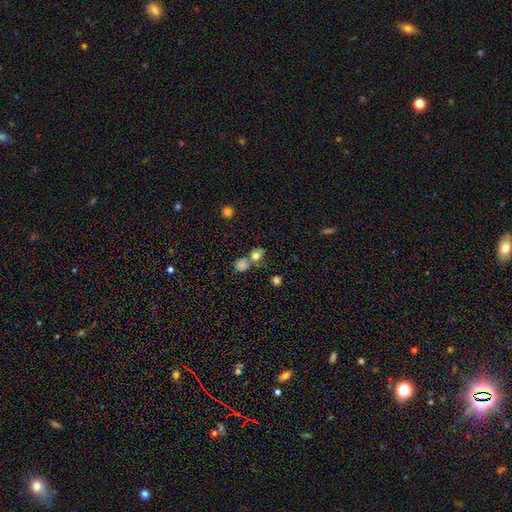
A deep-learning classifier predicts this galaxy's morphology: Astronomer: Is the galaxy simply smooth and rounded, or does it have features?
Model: smooth — 70%.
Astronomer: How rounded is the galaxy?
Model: round — 74%.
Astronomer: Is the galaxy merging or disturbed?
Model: none — 49% (runner-up: merger, 34%).